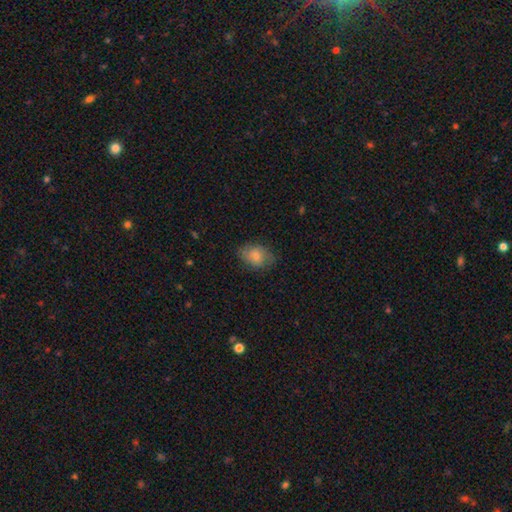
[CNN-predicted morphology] This is likely a smooth galaxy (74%). How rounded: likely in between (73%). Merging: likely none (76%).